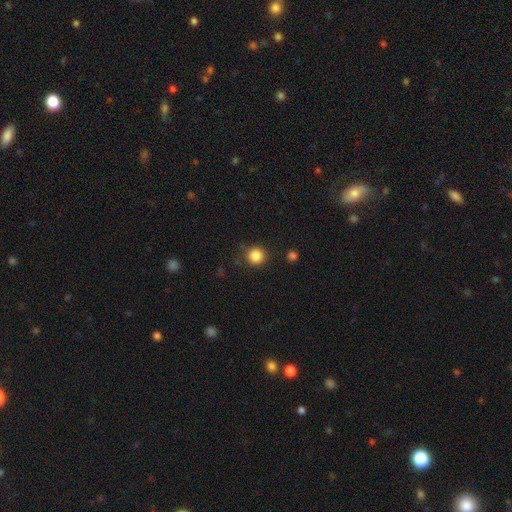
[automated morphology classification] smooth-or-featured: smooth: 86% | star or artifact: 11% | featured or disk: 4%
  how-rounded: round: 94% | in between: 5% | cigar-shaped: 1%
  merging: none: 83% | minor disturbance: 11% | major disturbance: 4% | merger: 2%